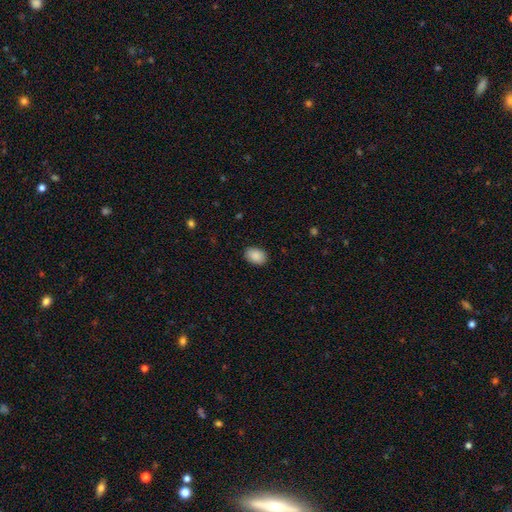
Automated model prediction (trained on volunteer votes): This is clearly a smooth galaxy (90%). How rounded: clearly in between (82%). Merging: clearly none (89%).